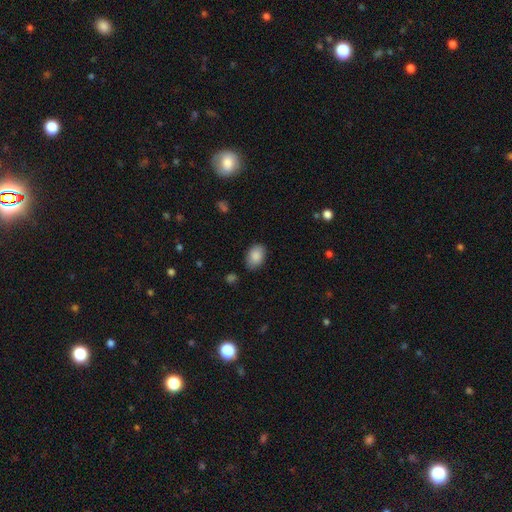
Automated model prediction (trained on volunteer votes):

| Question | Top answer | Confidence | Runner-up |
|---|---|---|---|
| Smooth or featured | smooth | 87% | star or artifact (7%) |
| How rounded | in between | 83% | round (16%) |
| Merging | none | 80% | minor disturbance (15%) |